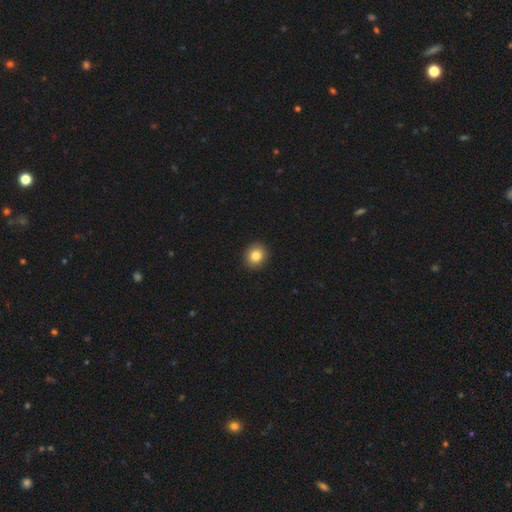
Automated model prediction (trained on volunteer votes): Morphology: type=smooth (84%); roundness=round (74%); merging=none (91%).